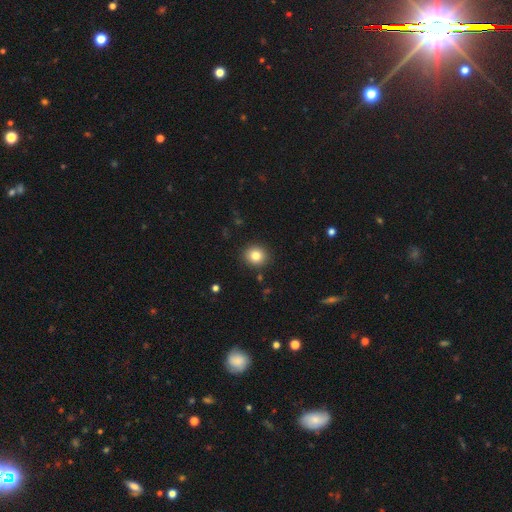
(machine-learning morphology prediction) Q: Smooth or featured?
A: smooth (82%); runner-up: star or artifact (11%)
Q: How rounded?
A: round (85%); runner-up: in between (14%)
Q: Merging?
A: none (90%); runner-up: minor disturbance (6%)